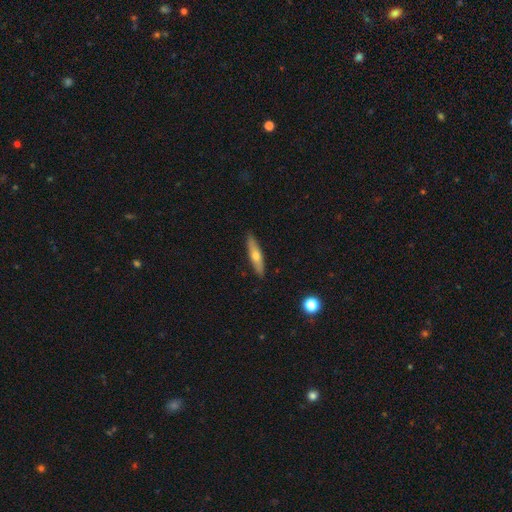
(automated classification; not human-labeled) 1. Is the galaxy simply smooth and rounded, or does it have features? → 52% smooth, 43% featured or disk, 6% star or artifact.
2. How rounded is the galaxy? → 79% cigar-shaped, 19% in between, 2% round.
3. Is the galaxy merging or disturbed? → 89% none, 8% minor disturbance, 2% major disturbance, 1% merger.